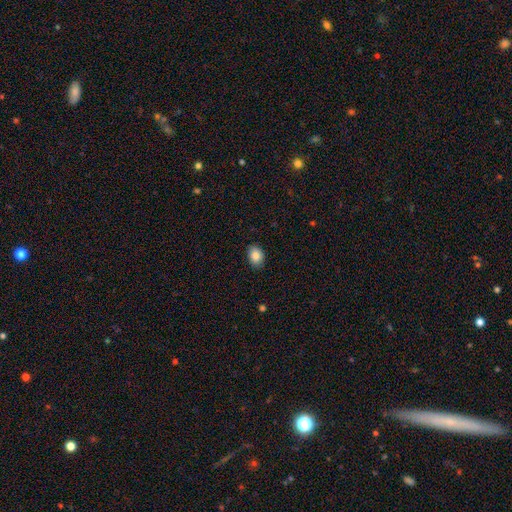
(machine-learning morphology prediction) Overall: smooth (86%). How rounded: in between (71%). Merging: none (86%).